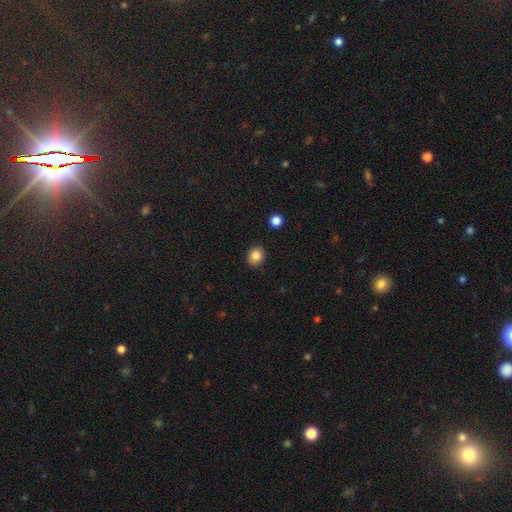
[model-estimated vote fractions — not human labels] smooth_or_featured: smooth (p=0.86) [alt: star or artifact p=0.10]
how_rounded: round (p=0.77) [alt: in between p=0.23]
merging: none (p=0.90) [alt: minor disturbance p=0.07]